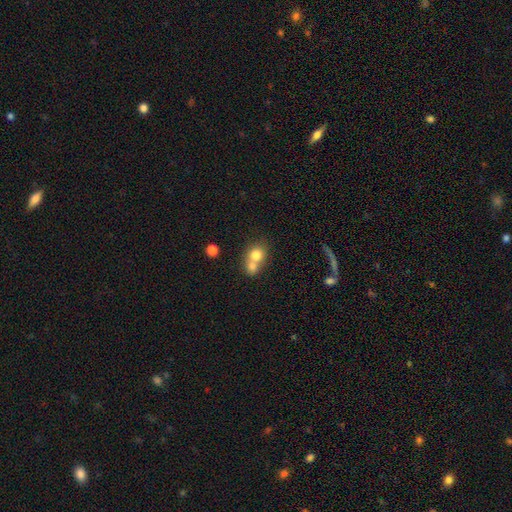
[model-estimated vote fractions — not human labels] smooth-or-featured: smooth: 75% | featured or disk: 15% | star or artifact: 10%
  how-rounded: round: 74% | in between: 25% | cigar-shaped: 1%
  merging: merger: 62% | none: 29% | minor disturbance: 6% | major disturbance: 3%